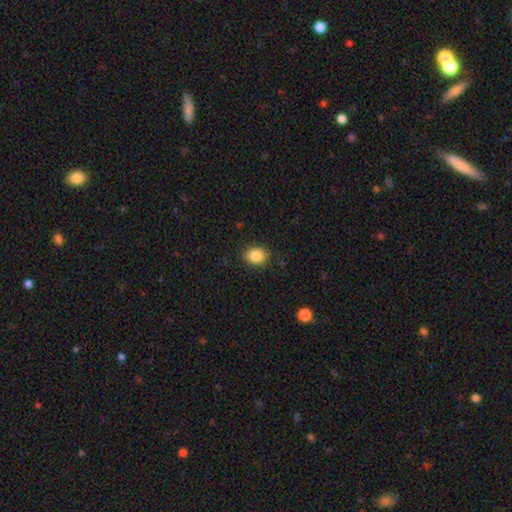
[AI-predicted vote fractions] smooth 87%, star or artifact 9%, featured or disk 4%. Down the decision tree: how rounded — in between (60%); merging — none (87%).